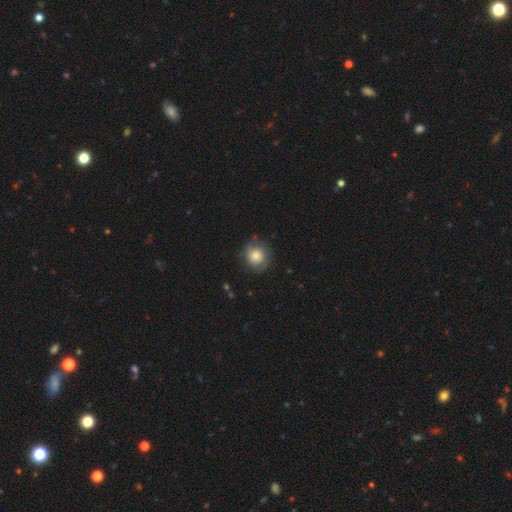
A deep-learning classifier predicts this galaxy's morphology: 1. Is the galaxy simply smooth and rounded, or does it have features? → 65% smooth, 26% featured or disk, 9% star or artifact.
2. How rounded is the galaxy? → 84% round, 15% in between, 1% cigar-shaped.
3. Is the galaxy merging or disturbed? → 74% none, 19% minor disturbance, 6% major disturbance, 2% merger.